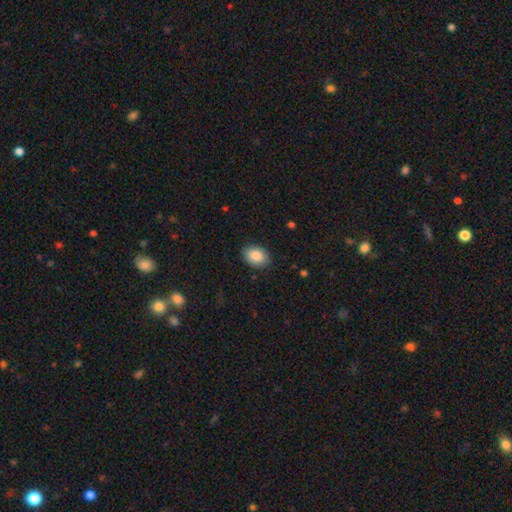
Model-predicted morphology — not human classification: Overall: smooth (88%). How rounded: in between (77%). Merging: none (86%).